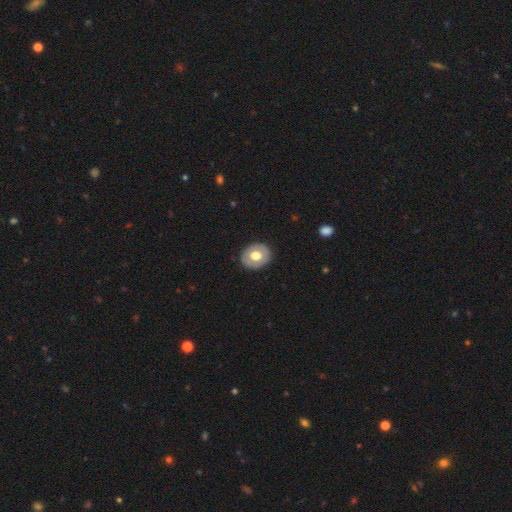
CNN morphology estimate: smooth_or_featured: smooth (p=0.59) [alt: featured or disk p=0.35]
how_rounded: round (p=0.57) [alt: in between p=0.42]
merging: none (p=0.88) [alt: minor disturbance p=0.09]